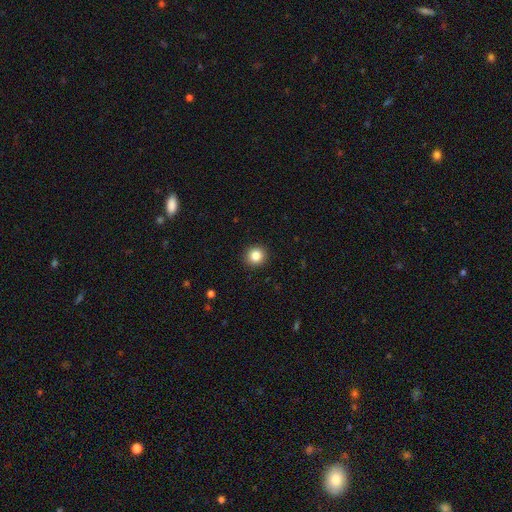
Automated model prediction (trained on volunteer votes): Smooth or featured? smooth (85%)
How rounded? round (92%)
Merging? none (92%)